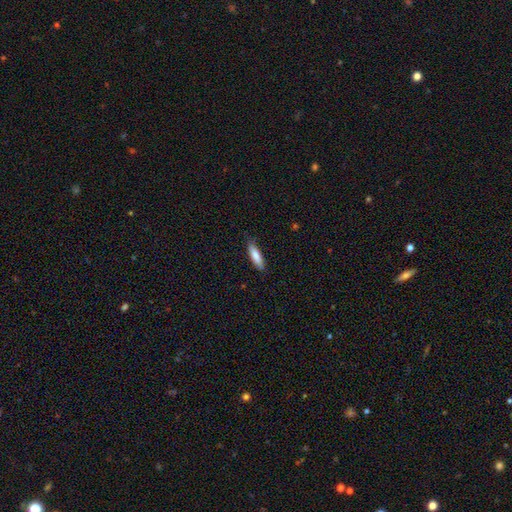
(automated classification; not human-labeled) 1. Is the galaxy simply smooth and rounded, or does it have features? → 79% smooth, 15% featured or disk, 6% star or artifact.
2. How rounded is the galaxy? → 62% cigar-shaped, 37% in between, 2% round.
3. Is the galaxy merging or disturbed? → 80% none, 16% minor disturbance, 3% major disturbance, 1% merger.